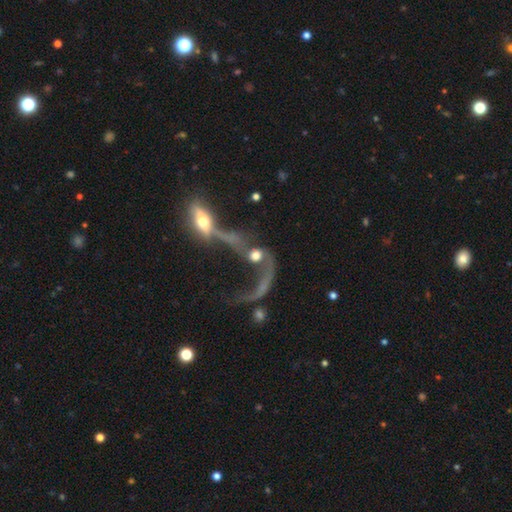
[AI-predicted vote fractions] The model was most divided on "smooth or featured": featured or disk: 59%, smooth: 30%, star or artifact: 11%. More confident: edge-on disk — no (85%); merging — merger (55%).